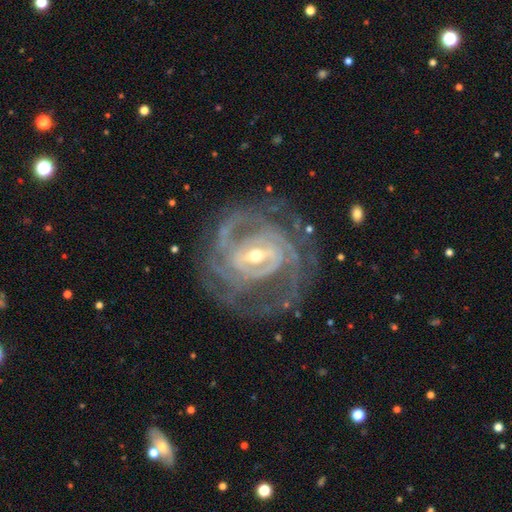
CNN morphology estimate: This is clearly a featured or disk galaxy (91%). It is clearly not viewed edge-on (97%). Bar: possibly strong (49%). Spiral arm pattern: clearly yes (97%). Spiral arm count: marginally 3 (23%, tied with 2). Spiral winding: likely tight (68%). Central bulge: possibly small (52%). Merging: likely none (75%).